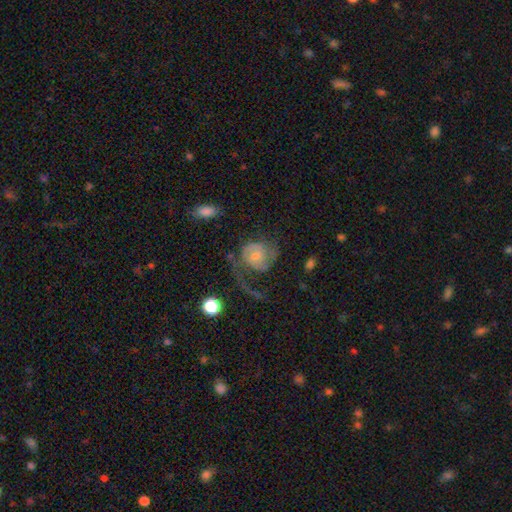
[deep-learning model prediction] Overall: featured or disk (76%). Edge-on disk: no (98%). Bar: no (70%). Spiral arms: yes (91%). Spiral arm count: 2 (48%; 1 34%). Spiral winding: medium (39%; loose 32%). Bulge size: small (53%; moderate 39%). Merging: none (42%; major disturbance 37%).